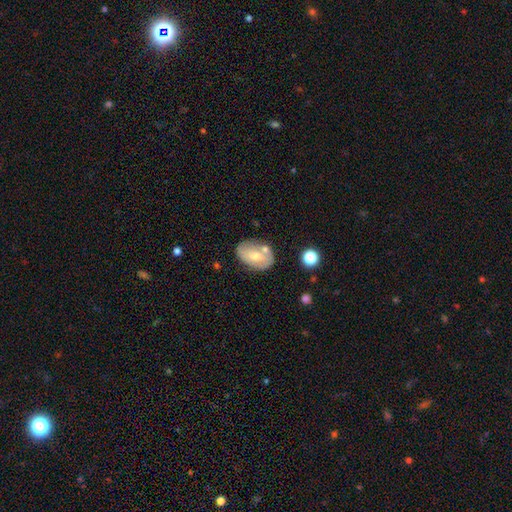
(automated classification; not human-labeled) This is possibly a smooth galaxy (57%). How rounded: clearly in between (82%). Merging: possibly none (59%).